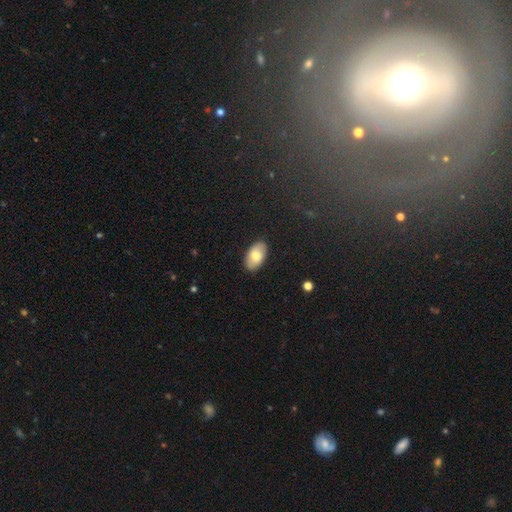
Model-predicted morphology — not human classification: Smooth or featured?
  - smooth: 73% *
  - featured or disk: 20%
  - star or artifact: 7%
How rounded?
  - in between: 94% *
  - round: 4%
  - cigar-shaped: 2%
Merging?
  - none: 87% *
  - minor disturbance: 10%
  - major disturbance: 2%
  - merger: 1%